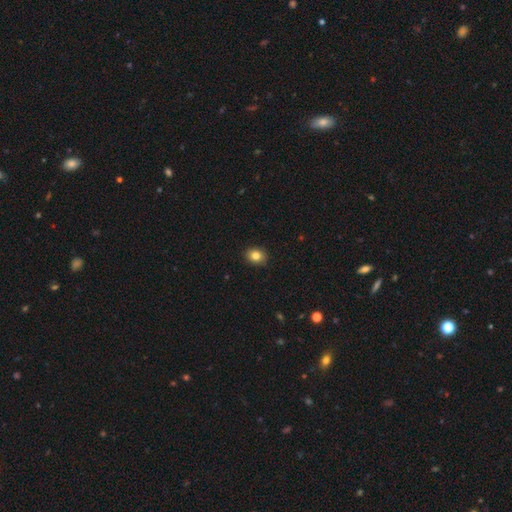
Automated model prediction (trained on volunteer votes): Smooth or featured?
  - smooth: 84% *
  - star or artifact: 10%
  - featured or disk: 6%
How rounded?
  - round: 56% *
  - in between: 43%
  - cigar-shaped: 1%
Merging?
  - none: 89% *
  - minor disturbance: 8%
  - major disturbance: 2%
  - merger: 1%